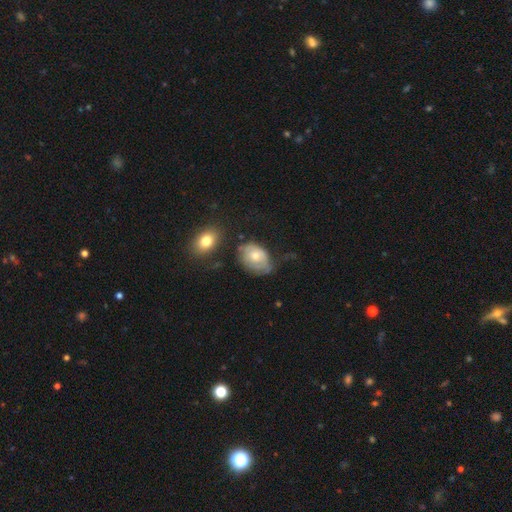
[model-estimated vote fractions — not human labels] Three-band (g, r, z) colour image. It shows a smooth galaxy with no disk features (54%) that is in between round and cigar-shaped (78%). Merging: none (41%).